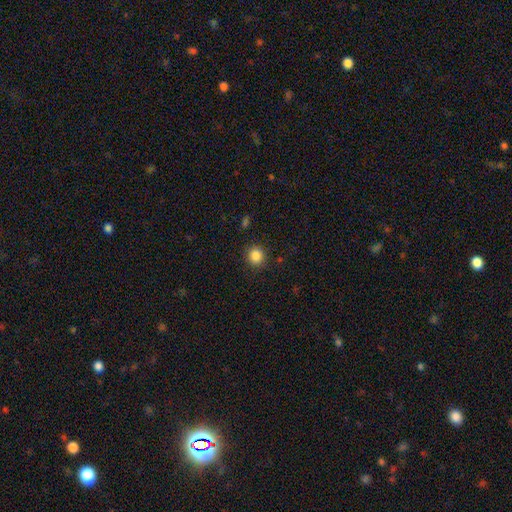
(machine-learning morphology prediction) Smooth or featured? Predicted: smooth (p=0.86). How rounded? Predicted: round (p=0.90). Merging? Predicted: none (p=0.90).